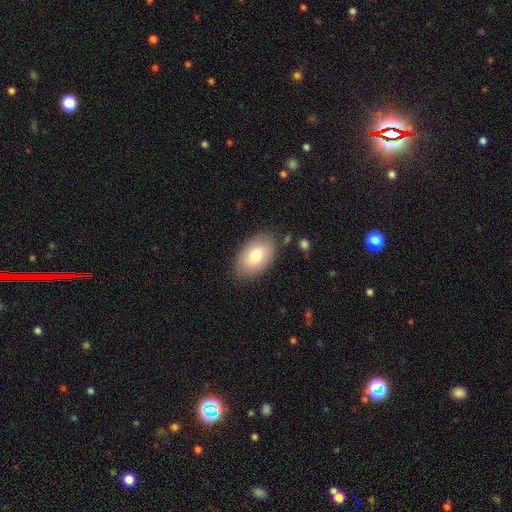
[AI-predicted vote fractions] smooth_or_featured: smooth (p=0.77) [alt: featured or disk p=0.16]
how_rounded: in between (p=0.92) [alt: round p=0.06]
merging: none (p=0.82) [alt: minor disturbance p=0.12]